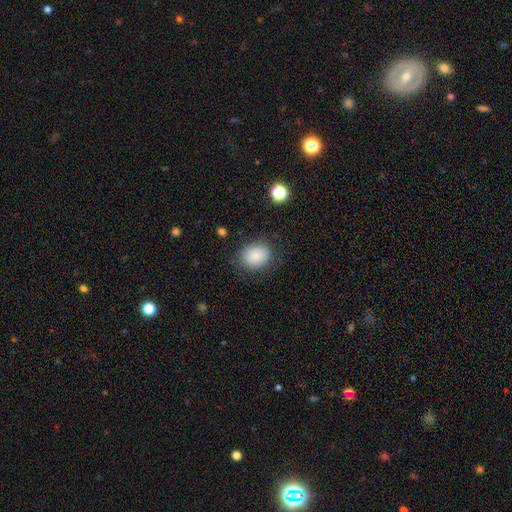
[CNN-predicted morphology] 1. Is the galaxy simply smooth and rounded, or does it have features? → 86% smooth, 9% star or artifact, 5% featured or disk.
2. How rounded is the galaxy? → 55% round, 44% in between, 1% cigar-shaped.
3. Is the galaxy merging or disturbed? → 82% none, 12% minor disturbance, 4% major disturbance, 1% merger.